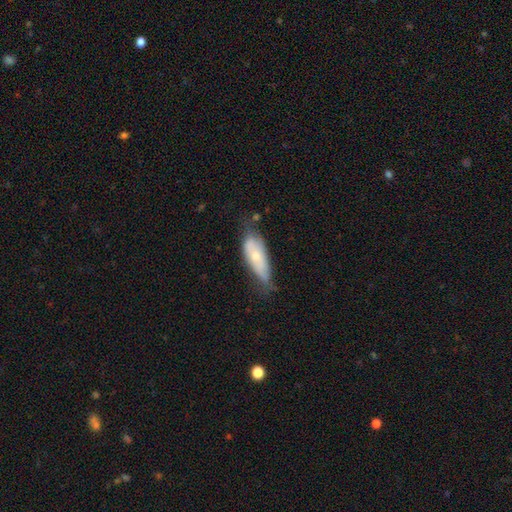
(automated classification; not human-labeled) The model was most divided on "smooth or featured": smooth: 51%, featured or disk: 42%, star or artifact: 7%. More confident: how rounded — in between (67%); merging — none (54%).